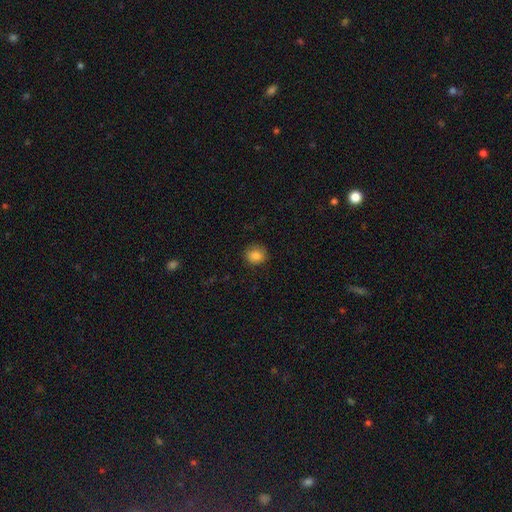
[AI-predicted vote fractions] A smooth galaxy with no disk features (85%) that is round (77%). Merging: none (86%).